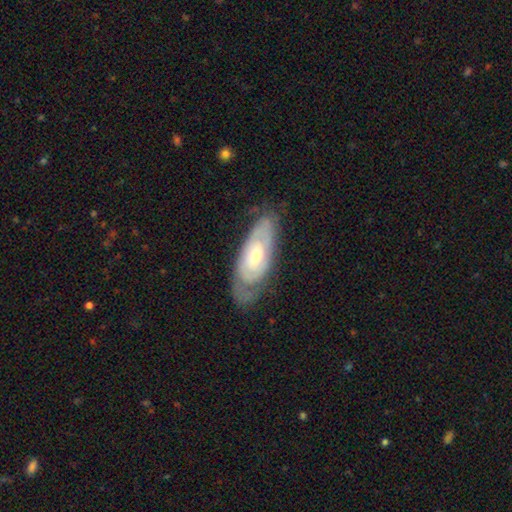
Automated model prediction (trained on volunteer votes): The model was most divided on "bulge size": moderate: 59%, small: 35%, large: 5%, none: 1%, dominant: 1%. More confident: edge-on disk — no (86%); bar — no (74%); spiral arms — yes (74%); smooth or featured — featured or disk (70%); merging — none (68%).